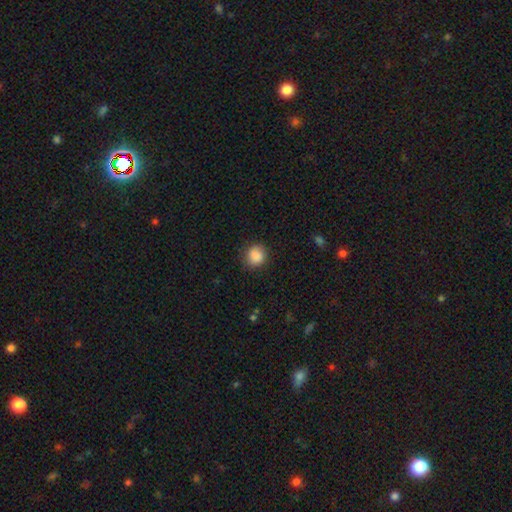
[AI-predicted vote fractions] Smooth or featured: smooth — 87% (star or artifact — 9%)
How rounded: round — 81% (in between — 18%)
Merging: none — 83% (minor disturbance — 12%)